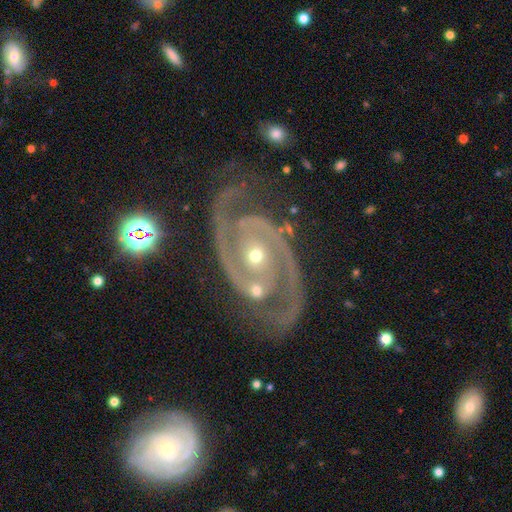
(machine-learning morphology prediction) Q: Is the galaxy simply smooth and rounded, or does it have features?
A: featured or disk — 93%.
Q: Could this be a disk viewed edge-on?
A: no — 98%.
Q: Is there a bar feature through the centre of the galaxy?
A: no — 59%.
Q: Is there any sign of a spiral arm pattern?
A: yes — 99%.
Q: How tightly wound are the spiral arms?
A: tight — 54%.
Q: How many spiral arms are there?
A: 2 — 86%.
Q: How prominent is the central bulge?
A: small — 59%.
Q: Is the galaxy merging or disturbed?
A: none — 69%.